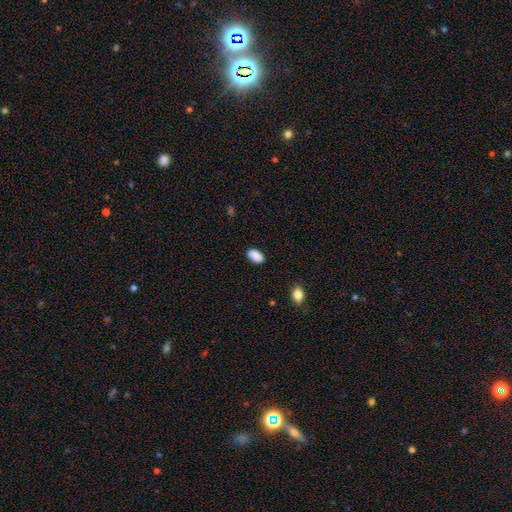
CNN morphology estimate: type=smooth (89%); roundness=in between (92%); merging=none (84%).